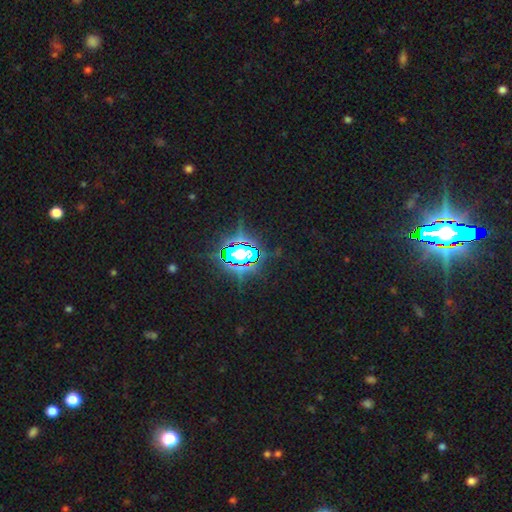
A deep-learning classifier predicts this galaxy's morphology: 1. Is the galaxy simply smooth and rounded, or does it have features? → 78% star or artifact, 12% smooth, 10% featured or disk.